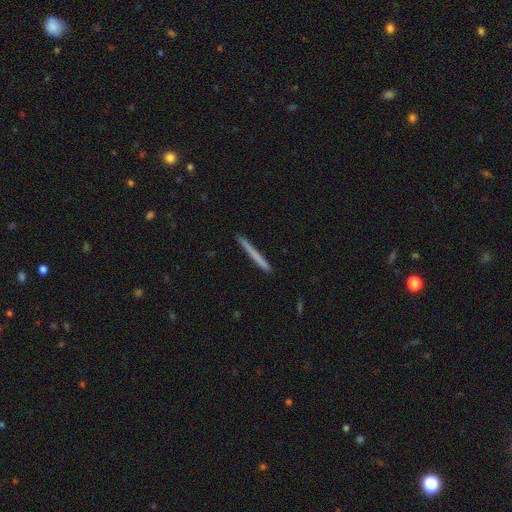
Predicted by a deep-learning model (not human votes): smooth_or_featured: smooth (p=0.63) [alt: featured or disk p=0.31]
how_rounded: cigar-shaped (p=0.97) [alt: in between p=0.02]
merging: none (p=0.91) [alt: minor disturbance p=0.07]